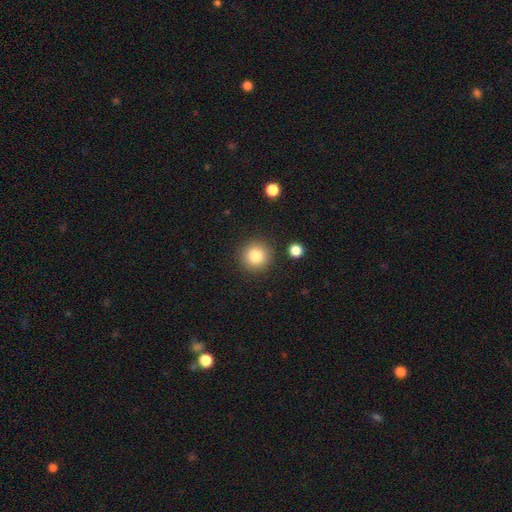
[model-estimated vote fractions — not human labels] This appears to be a smooth galaxy with no disk features (83%) that is round (94%). Merging: none (88%).